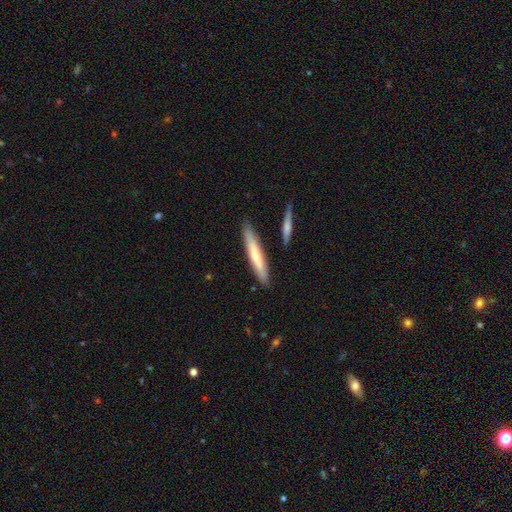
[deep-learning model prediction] Overall: smooth (58%; featured or disk 37%). How rounded: cigar-shaped (90%). Merging: none (85%).